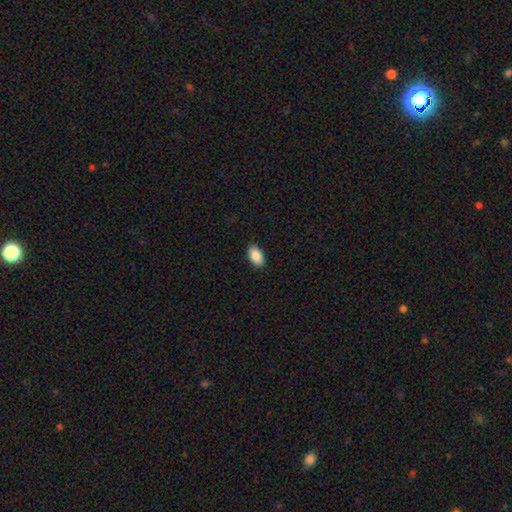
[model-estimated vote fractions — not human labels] Smooth or featured? Predicted: smooth (p=0.88). How rounded? Predicted: in between (p=0.94). Merging? Predicted: none (p=0.90).